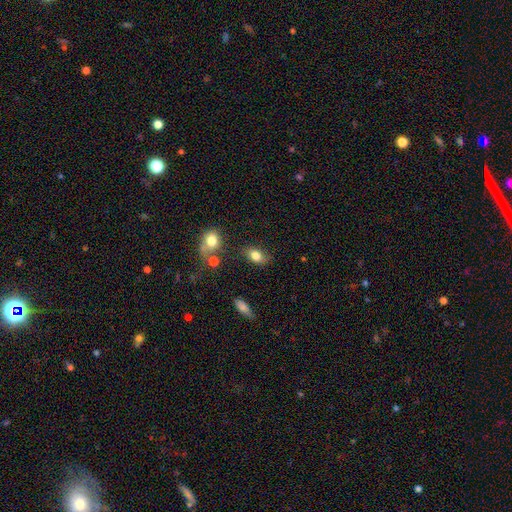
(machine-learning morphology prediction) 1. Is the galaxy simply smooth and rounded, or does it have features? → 80% smooth, 11% featured or disk, 9% star or artifact.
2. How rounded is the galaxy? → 83% in between, 15% round, 3% cigar-shaped.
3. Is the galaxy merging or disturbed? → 76% none, 14% minor disturbance, 6% merger, 4% major disturbance.